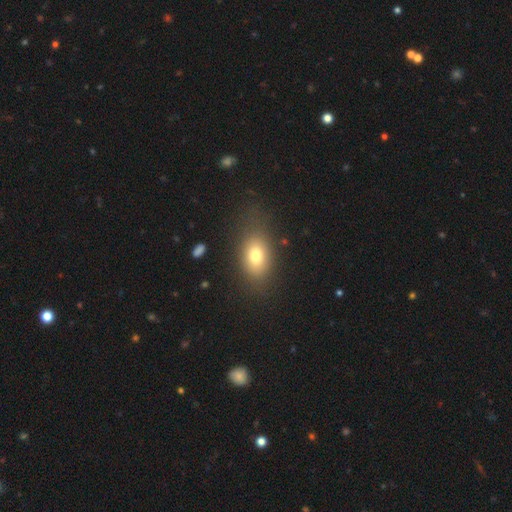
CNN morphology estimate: smooth-or-featured: smooth: 74% | featured or disk: 14% | star or artifact: 11%
  how-rounded: in between: 76% | round: 22% | cigar-shaped: 2%
  merging: none: 72% | minor disturbance: 16% | major disturbance: 10% | merger: 2%